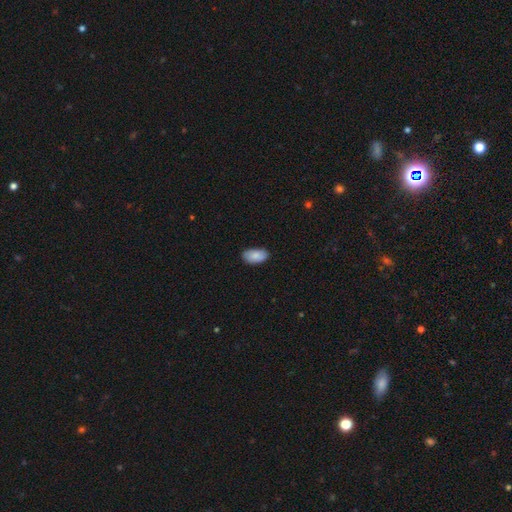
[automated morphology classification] Q: Smooth or featured?
A: smooth (86%); runner-up: featured or disk (8%)
Q: How rounded?
A: in between (95%); runner-up: round (3%)
Q: Merging?
A: none (80%); runner-up: minor disturbance (16%)